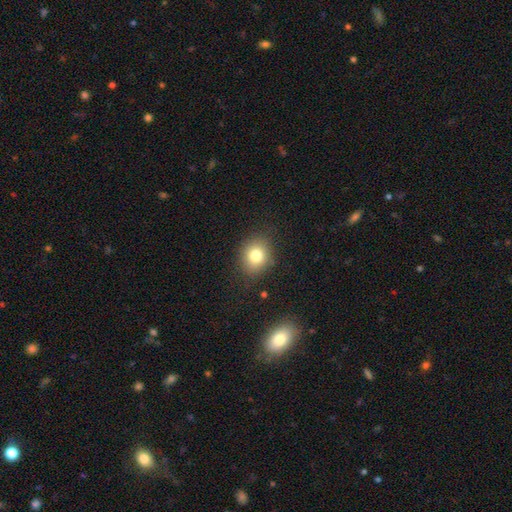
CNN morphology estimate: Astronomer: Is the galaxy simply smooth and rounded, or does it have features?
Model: smooth — 79%.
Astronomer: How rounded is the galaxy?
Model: round — 67%.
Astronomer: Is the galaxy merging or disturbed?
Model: none — 85%.